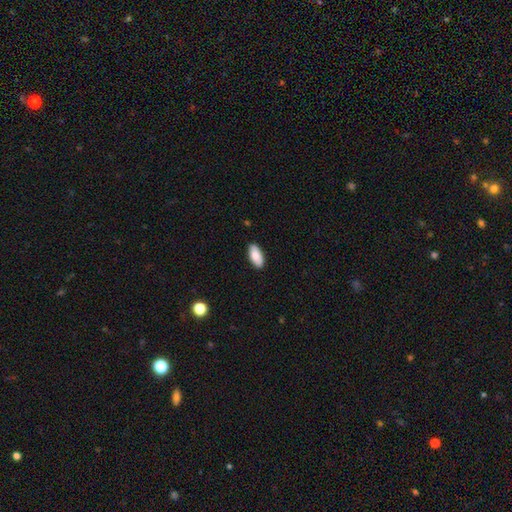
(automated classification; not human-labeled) This appears to be a smooth galaxy with no disk features (85%) that is in between round and cigar-shaped (90%). Merging: none (88%).